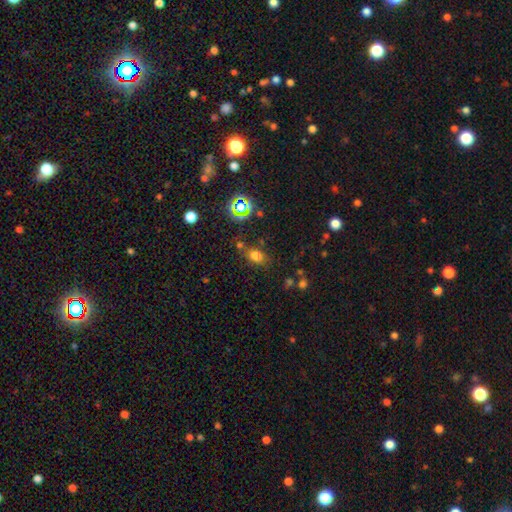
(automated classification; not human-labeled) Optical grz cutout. It shows a smooth galaxy with no disk features (70%) that is in between round and cigar-shaped (64%). Merging: none (67%).